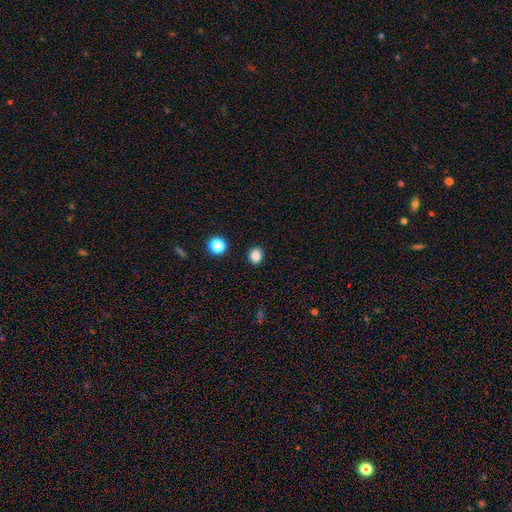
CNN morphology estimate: smooth-or-featured: smooth: 85% | star or artifact: 12% | featured or disk: 3%
  how-rounded: round: 63% | in between: 37% | cigar-shaped: 1%
  merging: none: 89% | minor disturbance: 7% | major disturbance: 2% | merger: 2%